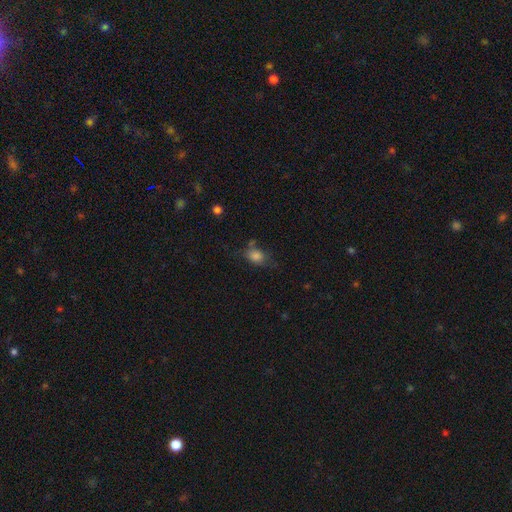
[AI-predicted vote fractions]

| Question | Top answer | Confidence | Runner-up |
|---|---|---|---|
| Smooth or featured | smooth | 80% | star or artifact (11%) |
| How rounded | in between | 65% | round (33%) |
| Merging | none | 51% | minor disturbance (28%) |